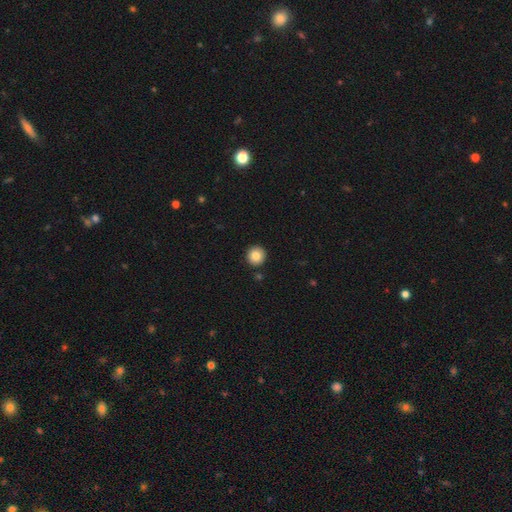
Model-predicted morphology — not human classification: Smooth or featured: smooth — 84% (star or artifact — 9%)
How rounded: round — 94% (in between — 5%)
Merging: none — 91% (minor disturbance — 5%)